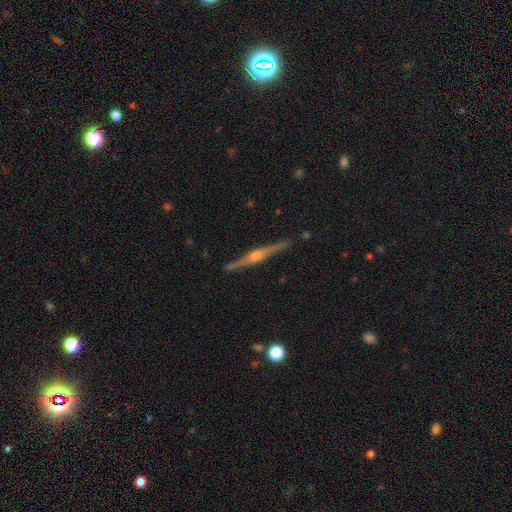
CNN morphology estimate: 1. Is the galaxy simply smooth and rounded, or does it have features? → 84% featured or disk, 10% smooth, 6% star or artifact.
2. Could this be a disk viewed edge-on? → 98% yes, 2% no.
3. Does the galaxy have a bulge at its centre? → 88% rounded, 6% boxy, 5% none.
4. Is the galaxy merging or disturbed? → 91% none, 7% minor disturbance, 1% major disturbance, 1% merger.